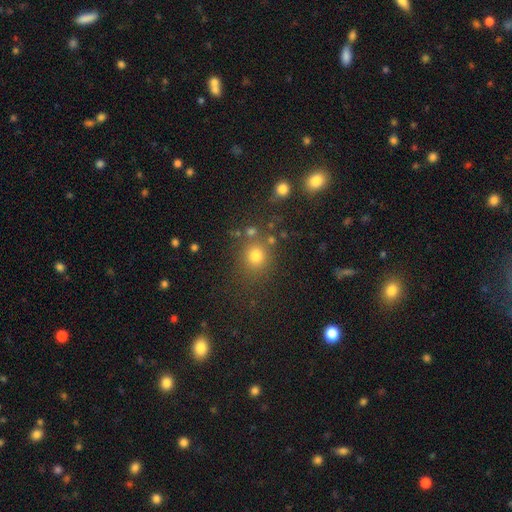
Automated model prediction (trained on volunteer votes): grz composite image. It shows a smooth galaxy with no disk features (74%) that is round (85%). Merging: none (76%).